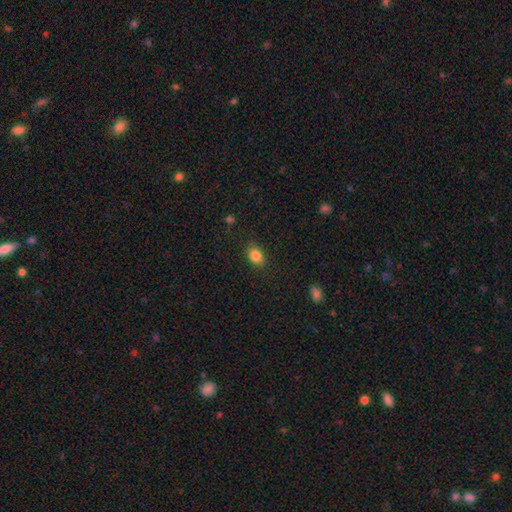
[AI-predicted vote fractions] Smooth or featured: smooth — 86% (star or artifact — 10%)
How rounded: in between — 64% (round — 35%)
Merging: none — 84% (minor disturbance — 12%)